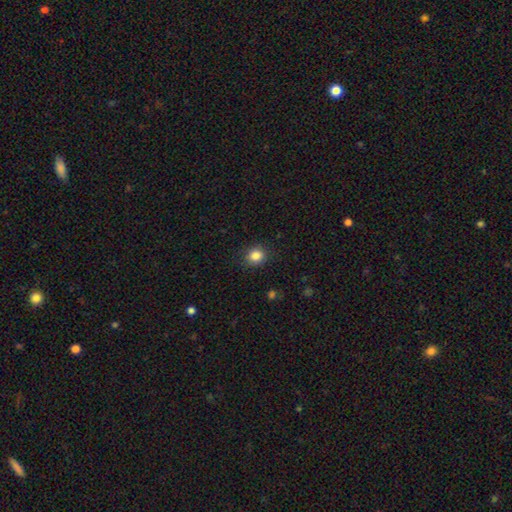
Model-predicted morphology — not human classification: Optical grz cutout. It shows a smooth galaxy with no disk features (85%) that is round (76%). Merging: none (87%).